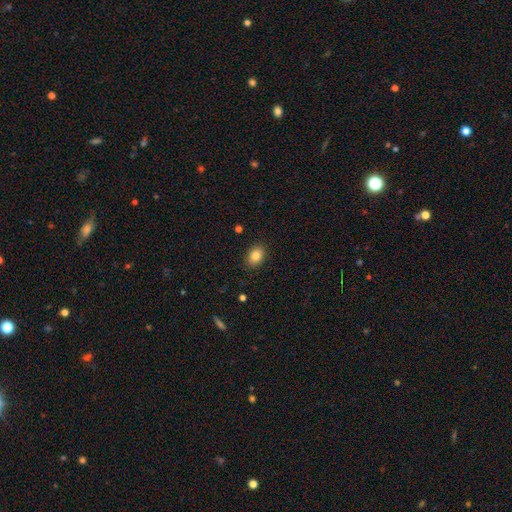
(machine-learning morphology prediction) Overall: smooth (83%). How rounded: in between (69%; round 30%). Merging: none (88%).